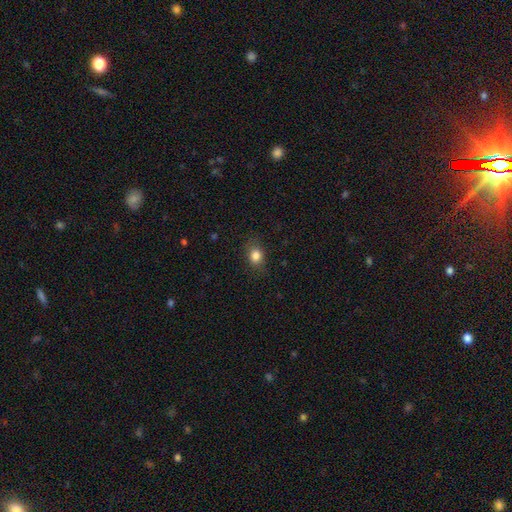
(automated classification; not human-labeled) smooth_or_featured: smooth (p=0.83) [alt: star or artifact p=0.11]
how_rounded: round (p=0.51) [alt: in between p=0.47]
merging: none (p=0.82) [alt: minor disturbance p=0.13]